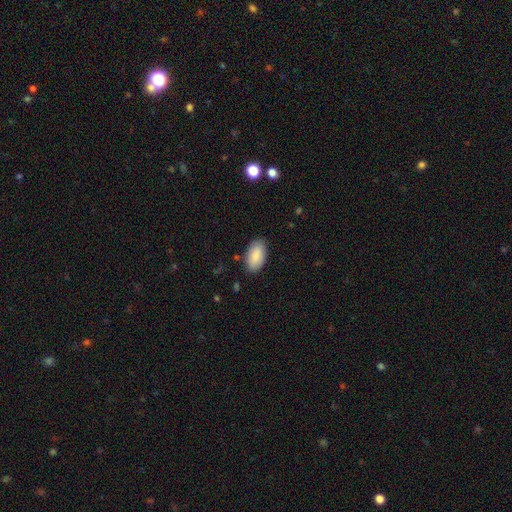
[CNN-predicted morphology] Smooth or featured: smooth — 87% (featured or disk — 7%)
How rounded: in between — 95% (round — 3%)
Merging: none — 84% (minor disturbance — 12%)